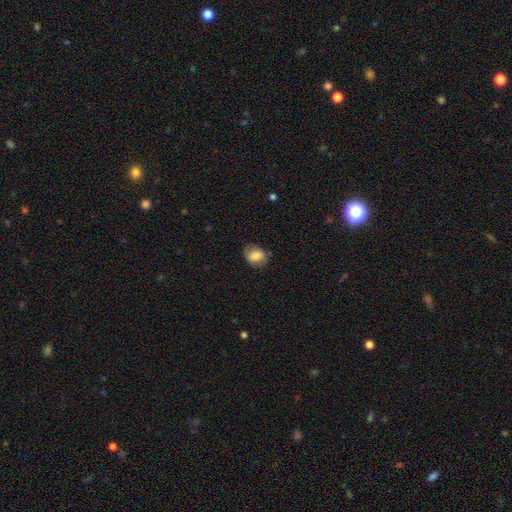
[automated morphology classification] Smooth or featured?
  - smooth: 78% *
  - featured or disk: 14%
  - star or artifact: 8%
How rounded?
  - in between: 58% *
  - round: 41%
  - cigar-shaped: 1%
Merging?
  - none: 71% *
  - minor disturbance: 20%
  - major disturbance: 7%
  - merger: 1%